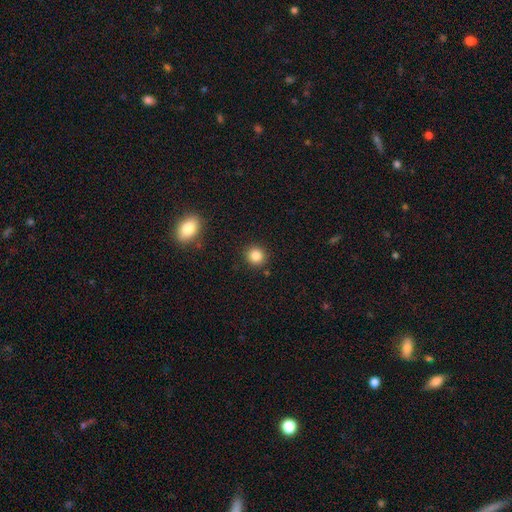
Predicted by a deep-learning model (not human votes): smooth-or-featured: smooth: 84% | star or artifact: 11% | featured or disk: 5%
  how-rounded: round: 91% | in between: 8% | cigar-shaped: 1%
  merging: none: 90% | minor disturbance: 6% | major disturbance: 2% | merger: 2%